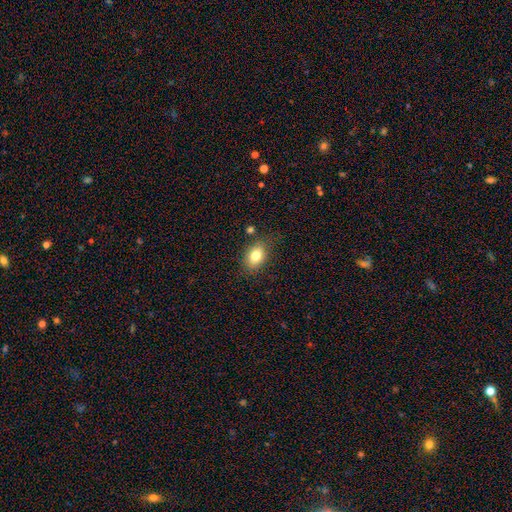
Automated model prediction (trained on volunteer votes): A smooth galaxy with no disk features (79%) that is in between round and cigar-shaped (78%).

Vote fractions:
- Smooth or featured? smooth: 79% / featured or disk: 11% / star or artifact: 10%
- How rounded? in between: 78% / round: 21% / cigar-shaped: 1%
- Merging? none: 80% / minor disturbance: 14% / major disturbance: 3% / merger: 3%